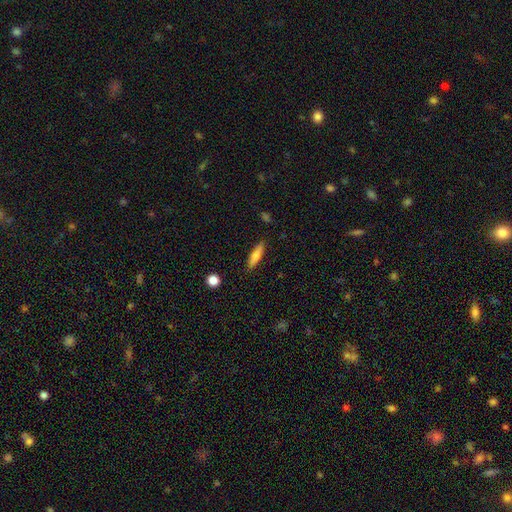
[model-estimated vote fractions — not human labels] This appears to be a smooth galaxy with no disk features (76%) that is cigar-shaped (72%). Merging: none (87%).